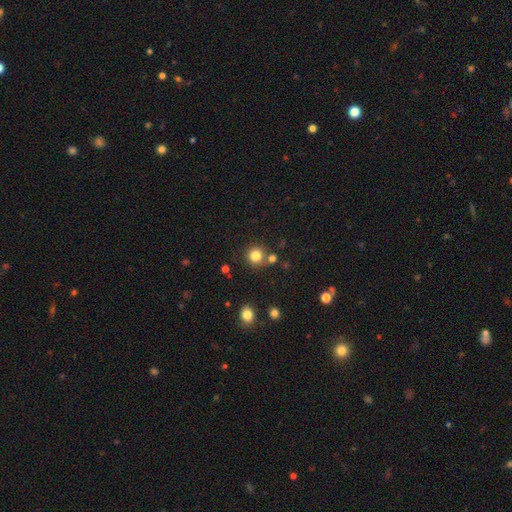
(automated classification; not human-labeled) Overall: smooth (82%). How rounded: round (93%). Merging: none (78%).